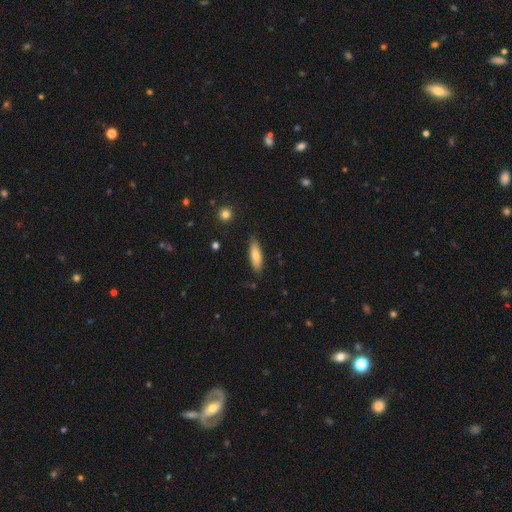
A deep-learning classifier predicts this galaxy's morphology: This appears to be a smooth galaxy with no disk features (78%) that is cigar-shaped (52%). Merging: none (85%).